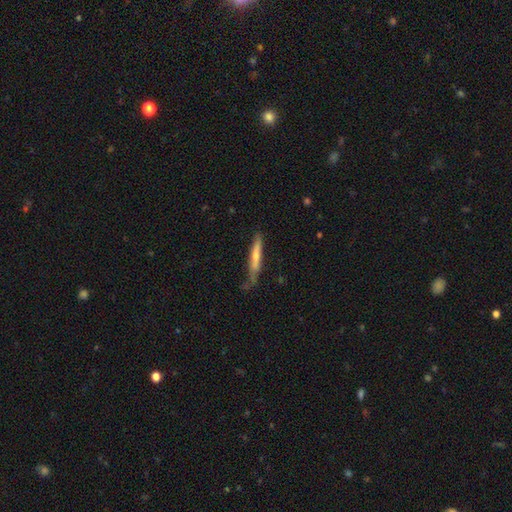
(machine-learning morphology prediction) Smooth or featured? featured or disk (56%)
Edge-on disk? yes (89%)
Edge-on bulge? rounded (59%)
Merging? none (65%)